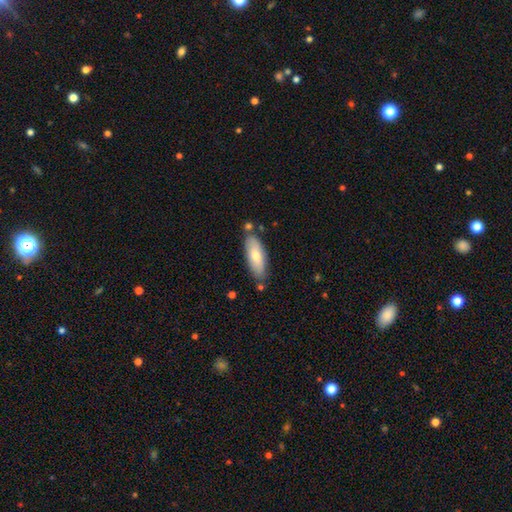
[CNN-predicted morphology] The model was most divided on "how rounded": in between: 70%, cigar-shaped: 29%, round: 2%. More confident: merging — none (76%); smooth or featured — smooth (72%).